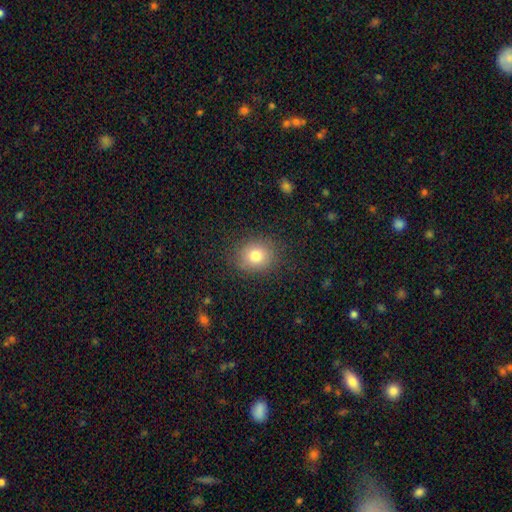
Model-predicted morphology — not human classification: The model was most divided on "how rounded": round: 74%, in between: 25%, cigar-shaped: 1%. More confident: merging — none (86%); smooth or featured — smooth (80%).